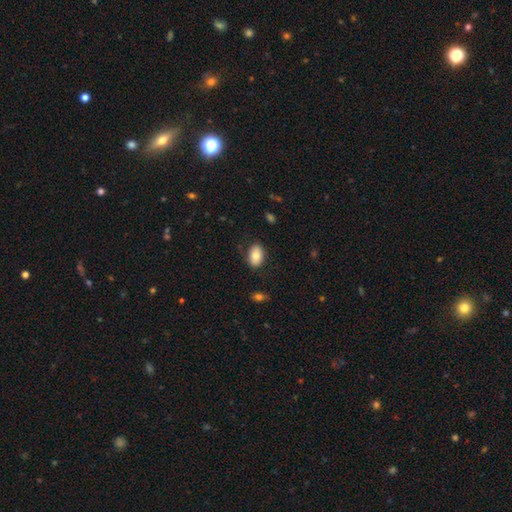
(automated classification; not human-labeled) Smooth or featured? Predicted: smooth (p=0.80). How rounded? Predicted: in between (p=0.88). Merging? Predicted: none (p=0.83).